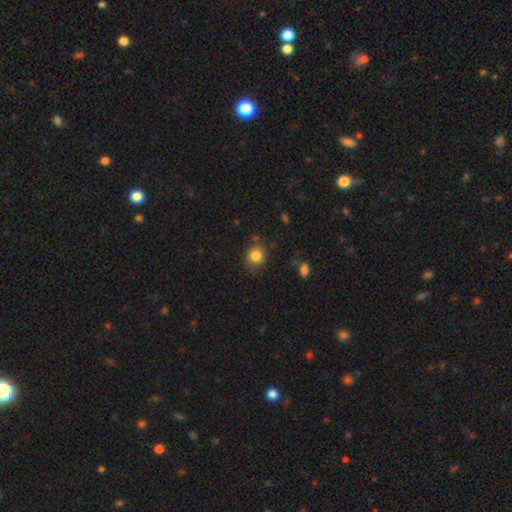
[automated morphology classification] Smooth or featured?
  - smooth: 84% *
  - star or artifact: 10%
  - featured or disk: 5%
How rounded?
  - round: 82% *
  - in between: 17%
  - cigar-shaped: 1%
Merging?
  - none: 79% *
  - minor disturbance: 14%
  - major disturbance: 4%
  - merger: 3%